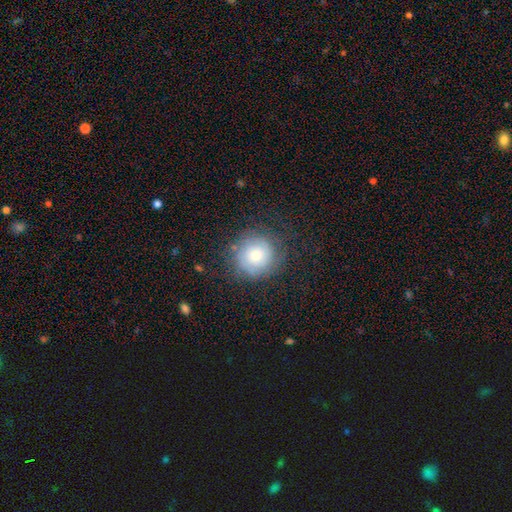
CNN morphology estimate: Overall: smooth (61%; featured or disk 29%). How rounded: round (93%). Merging: none (74%).